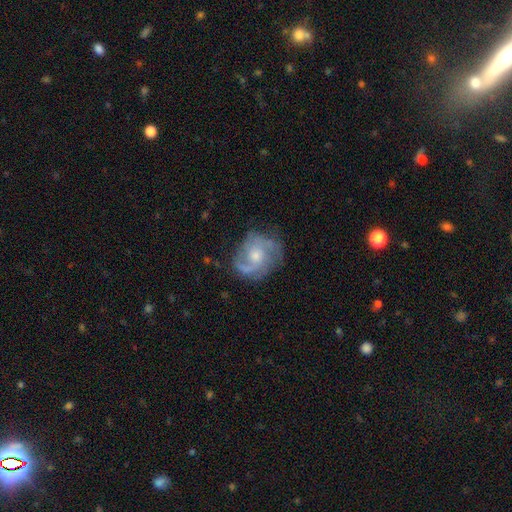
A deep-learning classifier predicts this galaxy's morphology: Smooth or featured?
  - featured or disk: 81% *
  - smooth: 13%
  - star or artifact: 6%
Edge-on disk?
  - no: 98% *
  - yes: 2%
Bar?
  - no: 70% *
  - weak: 26%
  - strong: 3%
Spiral arms?
  - yes: 93% *
  - no: 7%
Spiral winding?
  - medium: 48% *
  - tight: 32%
  - loose: 20%
Spiral arm count?
  - 2: 50% *
  - 3: 20%
  - can't tell: 16%
  - 1: 7%
  - 4: 4%
  - more than 4: 3%
Bulge size?
  - moderate: 52% *
  - small: 40%
  - large: 4%
  - none: 3%
  - dominant: 1%
Merging?
  - none: 68% *
  - minor disturbance: 20%
  - major disturbance: 10%
  - merger: 2%